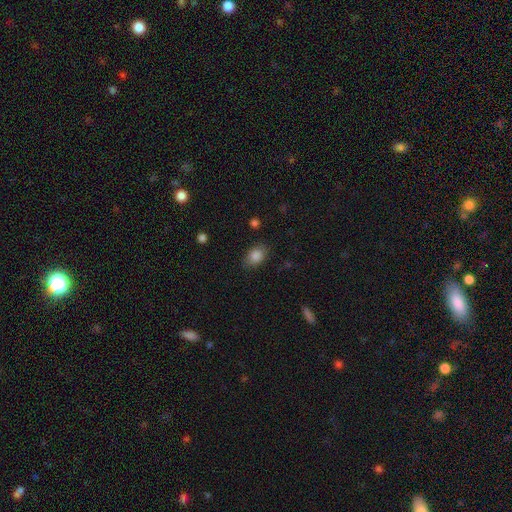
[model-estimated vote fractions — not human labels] Q: Smooth or featured?
A: smooth (85%); runner-up: star or artifact (9%)
Q: How rounded?
A: in between (79%); runner-up: round (19%)
Q: Merging?
A: none (81%); runner-up: minor disturbance (14%)